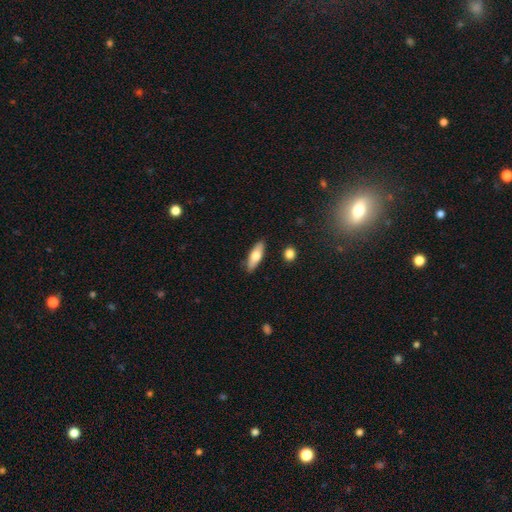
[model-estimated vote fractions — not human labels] smooth-or-featured: smooth: 67% | featured or disk: 27% | star or artifact: 6%
  how-rounded: in between: 58% | cigar-shaped: 39% | round: 3%
  merging: none: 87% | minor disturbance: 10% | merger: 2% | major disturbance: 2%